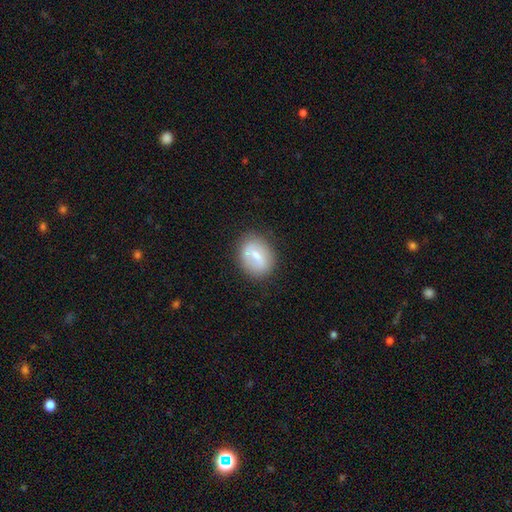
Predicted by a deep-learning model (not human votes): Morphology: type=smooth (56%); roundness=in between (60%); merging=none (71%).